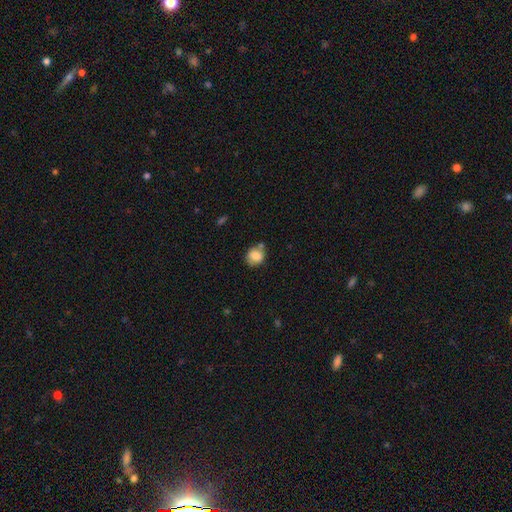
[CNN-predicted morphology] A smooth galaxy with no disk features (80%) that is round (66%).

Vote fractions:
- Smooth or featured? smooth: 80% / featured or disk: 11% / star or artifact: 9%
- How rounded? round: 66% / in between: 33% / cigar-shaped: 1%
- Merging? none: 60% / minor disturbance: 21% / merger: 14% / major disturbance: 5%